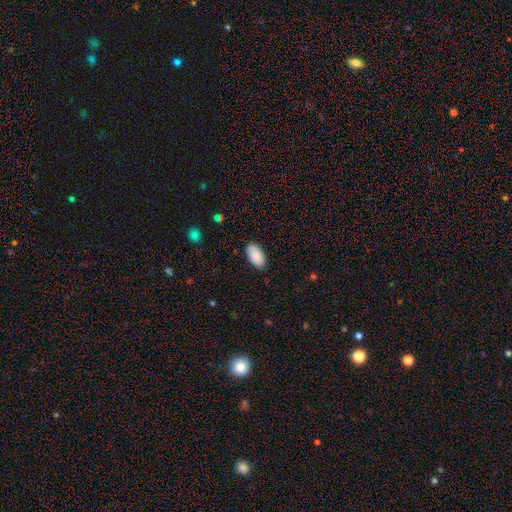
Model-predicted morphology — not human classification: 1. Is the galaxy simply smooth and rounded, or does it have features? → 90% smooth, 6% star or artifact, 4% featured or disk.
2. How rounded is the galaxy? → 96% in between, 2% round, 2% cigar-shaped.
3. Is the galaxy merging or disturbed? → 87% none, 10% minor disturbance, 2% major disturbance, 1% merger.